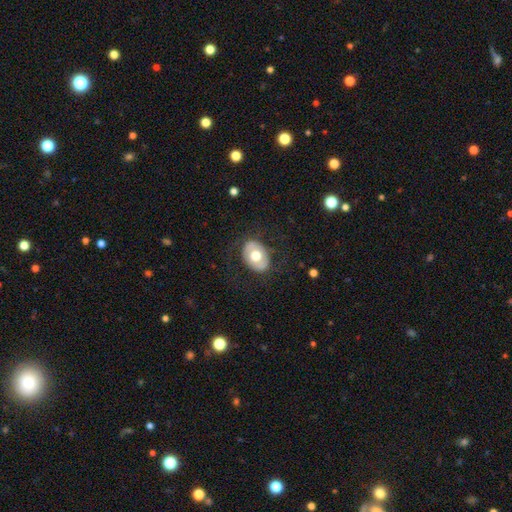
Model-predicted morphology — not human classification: Smooth or featured: smooth — 59% (featured or disk — 34%)
How rounded: in between — 72% (round — 27%)
Merging: none — 78% (minor disturbance — 14%)